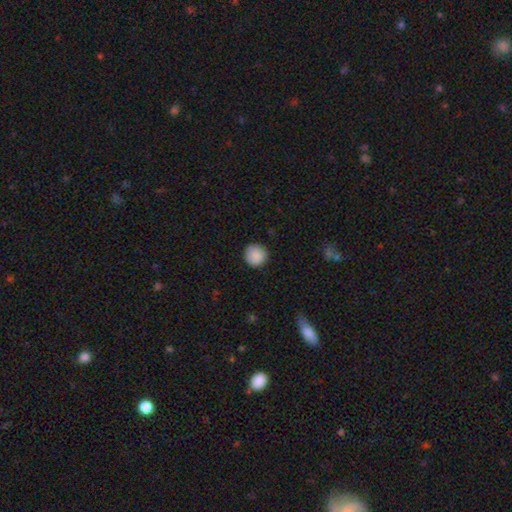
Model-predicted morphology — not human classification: Smooth or featured? smooth (88%)
How rounded? round (95%)
Merging? none (89%)